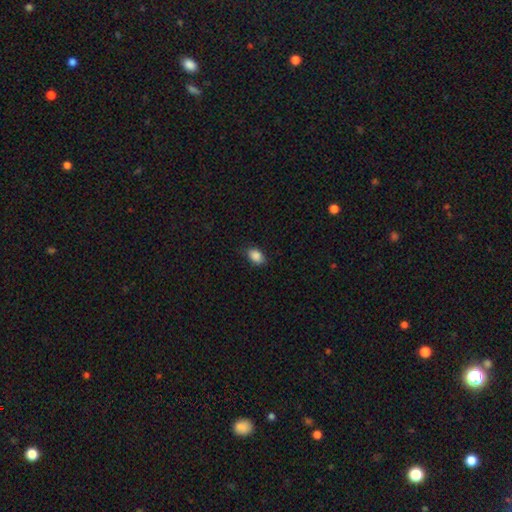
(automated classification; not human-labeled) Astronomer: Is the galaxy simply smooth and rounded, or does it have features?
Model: smooth — 88%.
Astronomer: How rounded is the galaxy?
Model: in between — 83%.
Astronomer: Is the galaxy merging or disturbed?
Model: none — 78%.